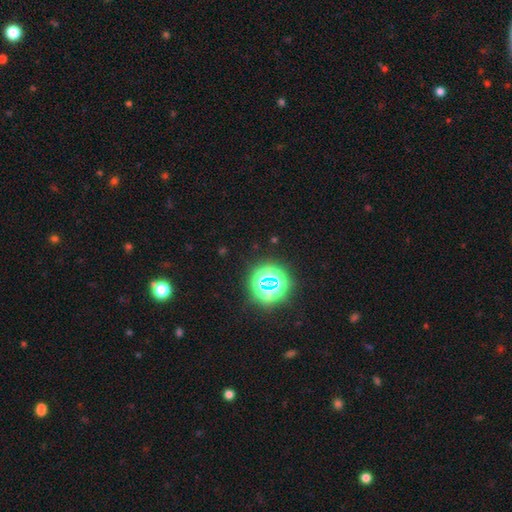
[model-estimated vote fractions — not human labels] smooth-or-featured: star or artifact: 75% | smooth: 19% | featured or disk: 6%